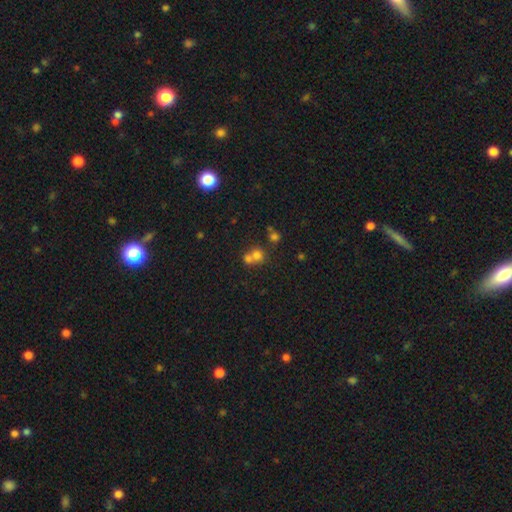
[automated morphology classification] type=smooth (68%); roundness=round (82%); merging=merger (54%).